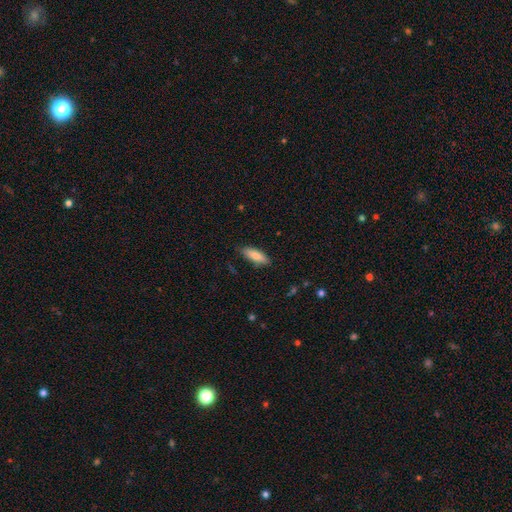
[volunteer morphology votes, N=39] A smooth galaxy with no disk features (92%) that is in between round and cigar-shaped (61%).

Vote fractions:
- Smooth or featured? smooth: 92% / featured or disk: 8% / star or artifact: 0%
- How rounded? in between: 61% / cigar-shaped: 36% / round: 3%
- Merging? none: 69% / minor disturbance: 28% / major disturbance: 3% / merger: 0%